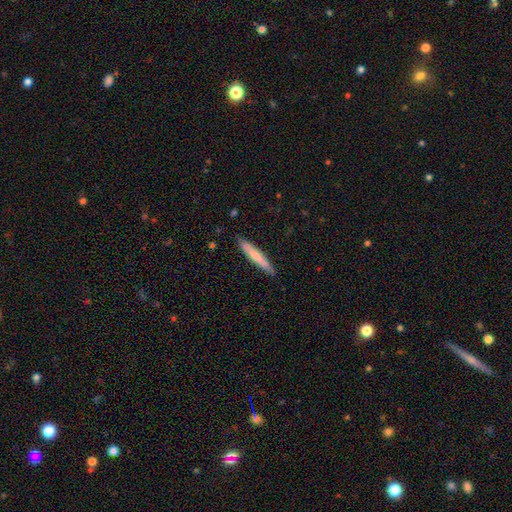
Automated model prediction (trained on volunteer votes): Q: Smooth or featured?
A: smooth (67%); runner-up: featured or disk (28%)
Q: How rounded?
A: cigar-shaped (94%); runner-up: in between (5%)
Q: Merging?
A: none (89%); runner-up: minor disturbance (9%)